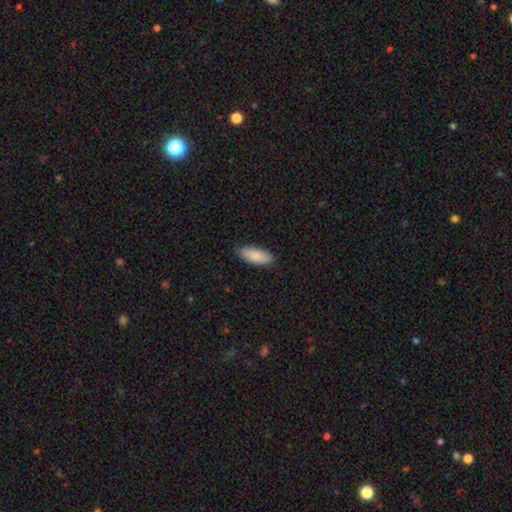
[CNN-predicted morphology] Smooth or featured?
  - smooth: 88% *
  - featured or disk: 6%
  - star or artifact: 6%
How rounded?
  - in between: 80% *
  - cigar-shaped: 19%
  - round: 2%
Merging?
  - none: 86% *
  - minor disturbance: 11%
  - major disturbance: 2%
  - merger: 1%